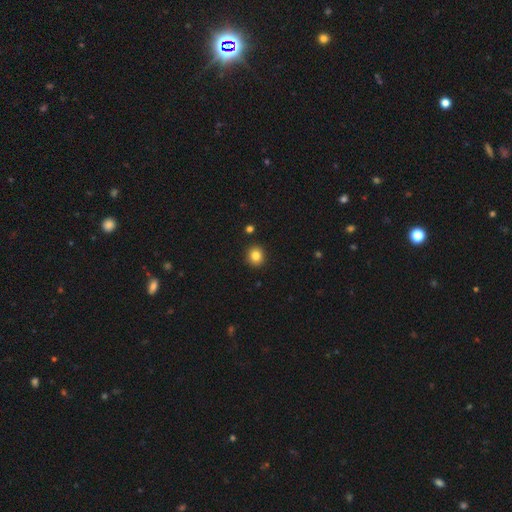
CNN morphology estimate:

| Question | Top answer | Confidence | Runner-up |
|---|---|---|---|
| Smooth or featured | smooth | 84% | star or artifact (10%) |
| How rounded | round | 82% | in between (17%) |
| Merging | none | 91% | minor disturbance (6%) |